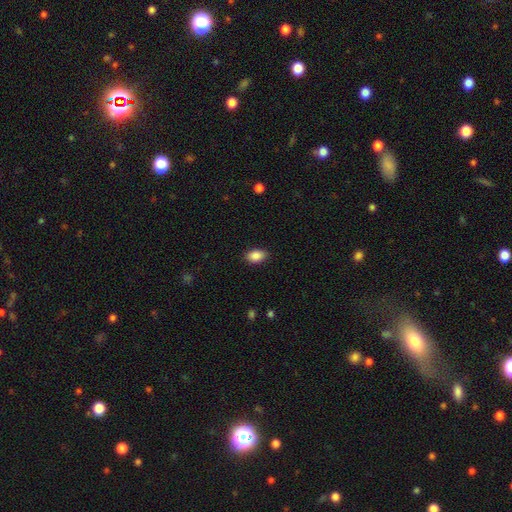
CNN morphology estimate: The model was most divided on "merging": none: 87%, minor disturbance: 10%, major disturbance: 2%, merger: 1%. More confident: how rounded — in between (88%); smooth or featured — smooth (88%).